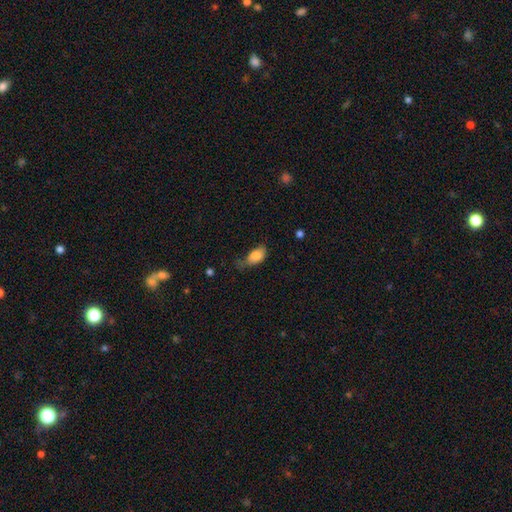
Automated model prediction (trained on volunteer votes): Morphology: type=smooth (84%); roundness=in between (91%); merging=minor disturbance (41%).